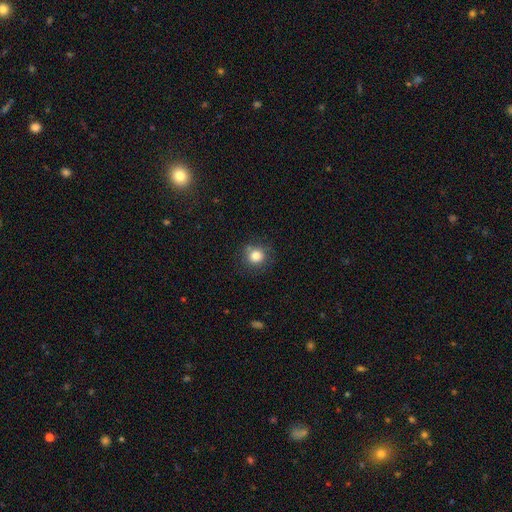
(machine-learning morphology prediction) type=smooth (82%); roundness=round (88%); merging=none (79%).